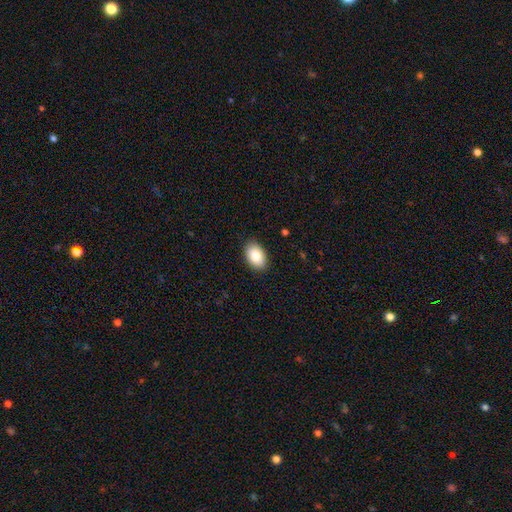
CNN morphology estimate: The model was most divided on "smooth or featured": smooth: 85%, featured or disk: 8%, star or artifact: 7%. More confident: how rounded — in between (90%); merging — none (88%).